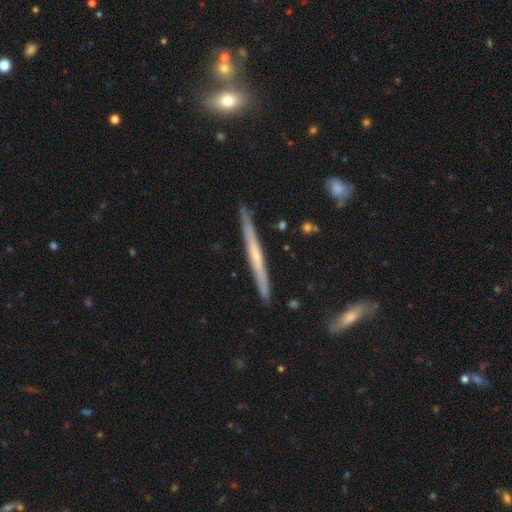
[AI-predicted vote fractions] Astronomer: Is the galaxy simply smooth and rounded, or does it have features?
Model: featured or disk — 64%.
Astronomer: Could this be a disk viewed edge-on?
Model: yes — 97%.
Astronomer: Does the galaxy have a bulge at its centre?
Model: none — 61%.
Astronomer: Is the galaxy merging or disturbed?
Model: none — 89%.